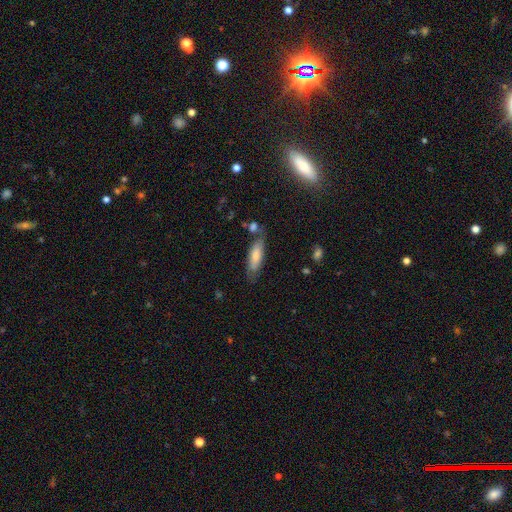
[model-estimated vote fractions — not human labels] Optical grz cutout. It shows a smooth galaxy with no disk features (73%) that is in between round and cigar-shaped (50%). Merging: none (66%).